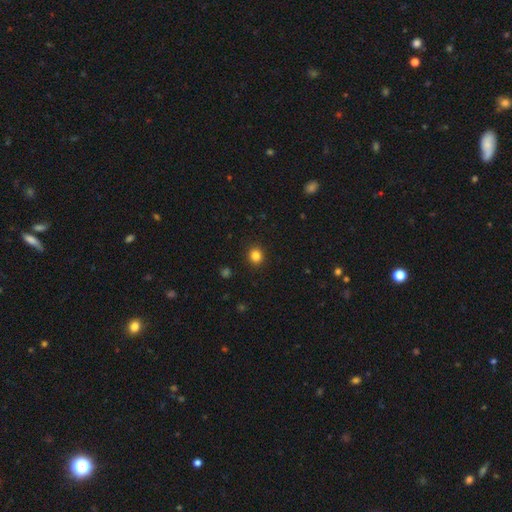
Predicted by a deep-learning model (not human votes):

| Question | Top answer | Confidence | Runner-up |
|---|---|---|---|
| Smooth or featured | smooth | 84% | star or artifact (12%) |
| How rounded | round | 87% | in between (12%) |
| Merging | none | 92% | minor disturbance (5%) |